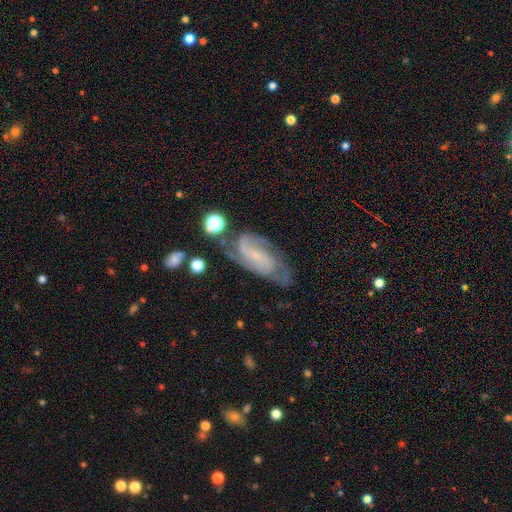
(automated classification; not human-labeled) The model was most divided on "spiral winding": medium: 47%, tight: 40%, loose: 13%. More confident: spiral arms — yes (97%); edge-on disk — no (95%); smooth or featured — featured or disk (83%); bulge size — small (74%); spiral arm count — 2 (67%); merging — none (66%); bar — no (53%).